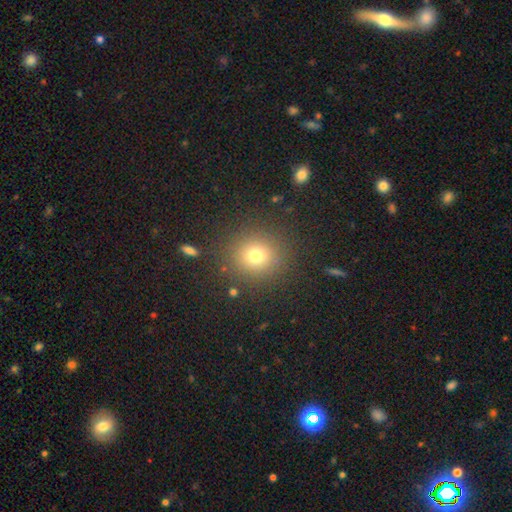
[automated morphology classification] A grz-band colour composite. It shows a smooth galaxy with no disk features (73%) that is round (90%). Merging: none (88%).